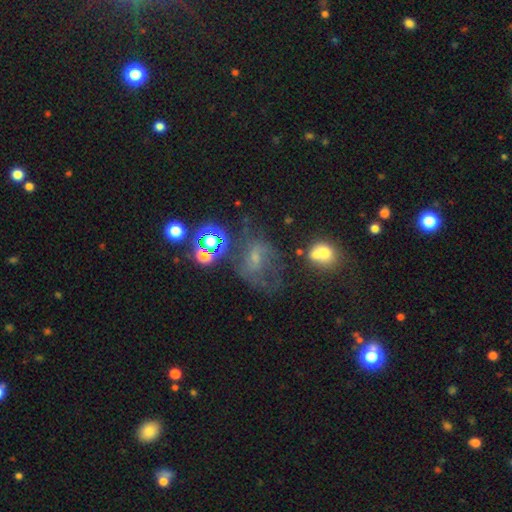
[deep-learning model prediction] A featured or disk galaxy (44%). Merging: none (36%).